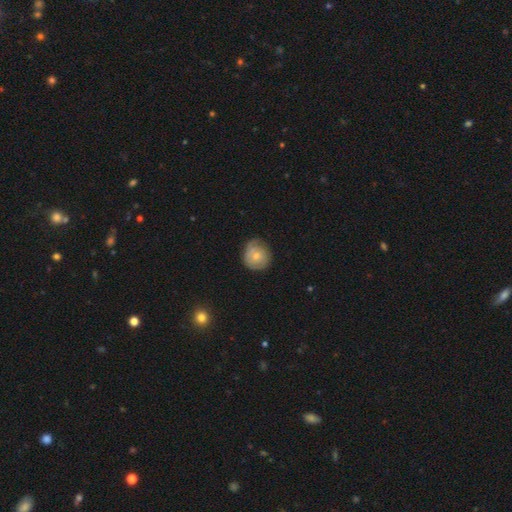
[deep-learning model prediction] Overall: smooth (49%; featured or disk 44%). Merging: none (62%; minor disturbance 28%).